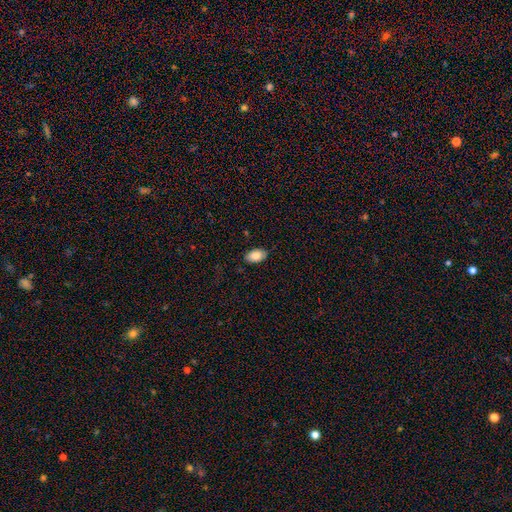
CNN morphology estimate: Overall: smooth (87%). How rounded: in between (93%). Merging: none (83%).